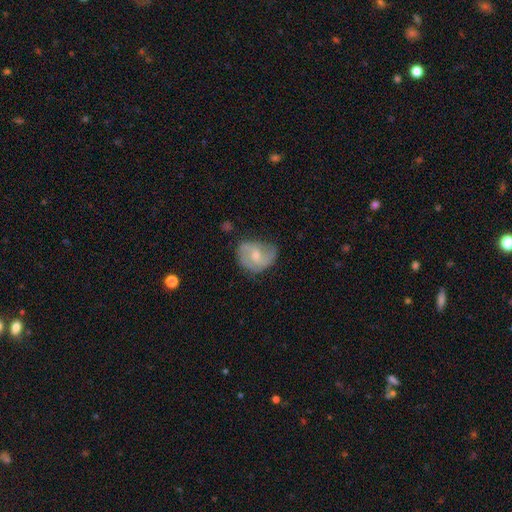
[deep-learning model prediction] A featured or disk galaxy (71%) with no bar (49%), 2 (71%) medium (50%) spiral arms (92%) and a small central bulge (47%).

Vote fractions:
- Smooth or featured? featured or disk: 71% / smooth: 23% / star or artifact: 6%
- Edge-on disk? no: 98% / yes: 2%
- Bar? no: 49% / weak: 44% / strong: 7%
- Spiral arms? yes: 92% / no: 8%
- Spiral winding? medium: 50% / tight: 30% / loose: 21%
- Spiral arm count? 2: 71% / can't tell: 12% / 3: 10% / 1: 3% / 4: 2% / more than 4: 2%
- Bulge size? small: 47% / moderate: 45% / none: 5% / large: 2% / dominant: 1%
- Merging? none: 62% / minor disturbance: 27% / major disturbance: 9% / merger: 2%